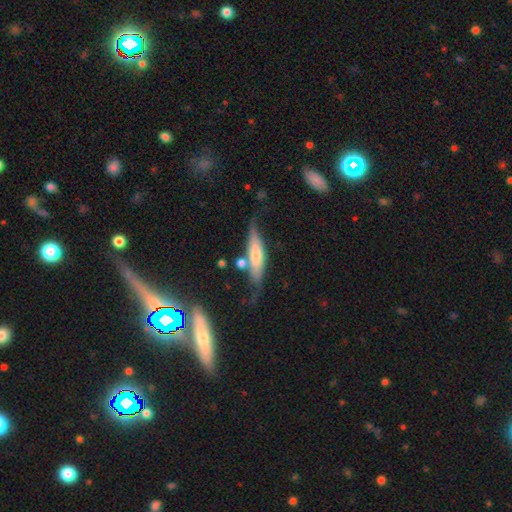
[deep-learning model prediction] Smooth or featured?
  - smooth: 49% *
  - featured or disk: 44%
  - star or artifact: 7%
Merging?
  - none: 54% *
  - minor disturbance: 26%
  - merger: 10%
  - major disturbance: 9%